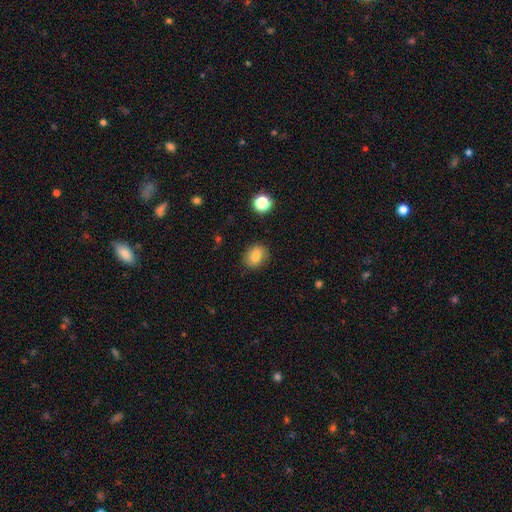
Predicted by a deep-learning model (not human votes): A smooth galaxy with no disk features (77%) that is in between round and cigar-shaped (51%). Merging: none (84%).